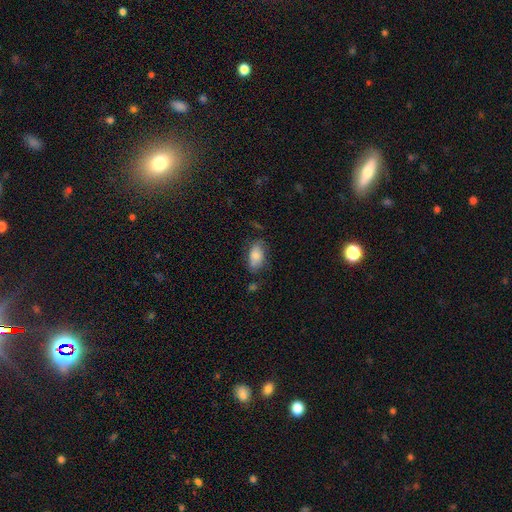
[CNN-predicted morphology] Smooth or featured? smooth (78%)
How rounded? in between (92%)
Merging? none (63%)